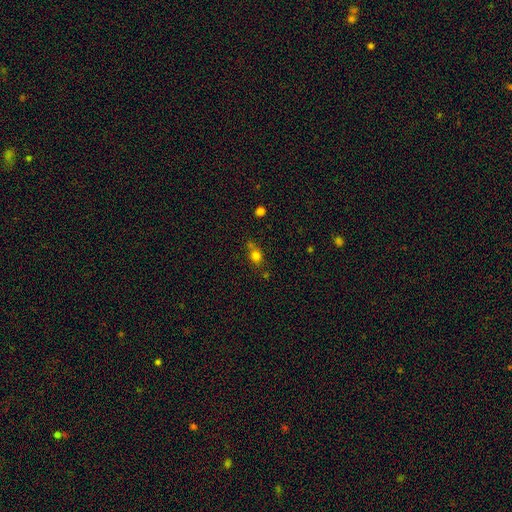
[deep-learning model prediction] smooth-or-featured: smooth: 77% | star or artifact: 15% | featured or disk: 8%
  how-rounded: round: 60% | in between: 37% | cigar-shaped: 3%
  merging: none: 54% | merger: 22% | minor disturbance: 18% | major disturbance: 7%